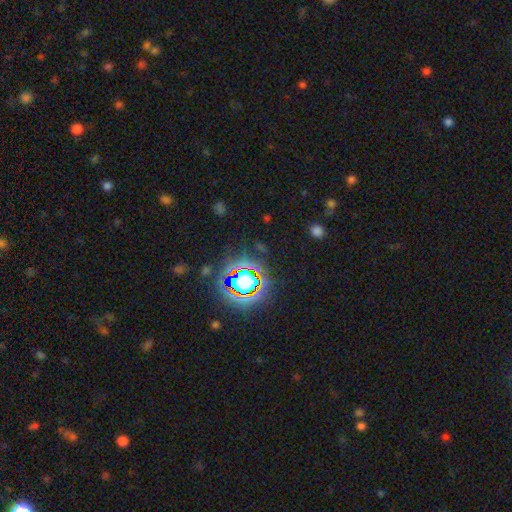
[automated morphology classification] star or artifact 79%, smooth 13%, featured or disk 8%.